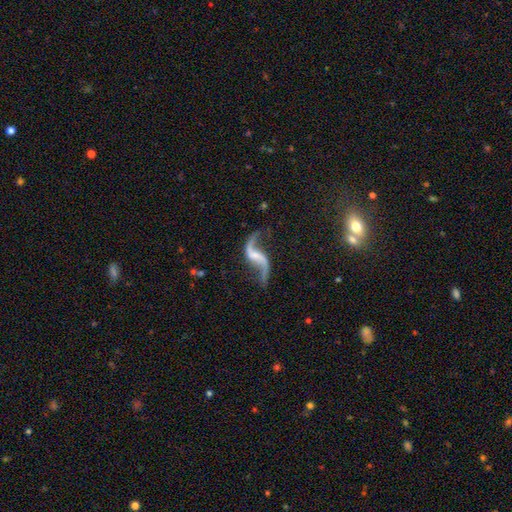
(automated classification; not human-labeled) Smooth or featured?
  - featured or disk: 90% *
  - star or artifact: 5%
  - smooth: 5%
Edge-on disk?
  - no: 97% *
  - yes: 3%
Bar?
  - weak: 43% *
  - no: 33%
  - strong: 24%
Spiral arms?
  - yes: 96% *
  - no: 4%
Spiral winding?
  - loose: 93% *
  - medium: 6%
  - tight: 2%
Spiral arm count?
  - 2: 94% *
  - 1: 2%
  - can't tell: 1%
  - 3: 1%
  - 4: 1%
  - more than 4: 1%
Bulge size?
  - none: 46% *
  - small: 32%
  - moderate: 17%
  - large: 4%
  - dominant: 2%
Merging?
  - none: 72% *
  - minor disturbance: 14%
  - major disturbance: 10%
  - merger: 4%